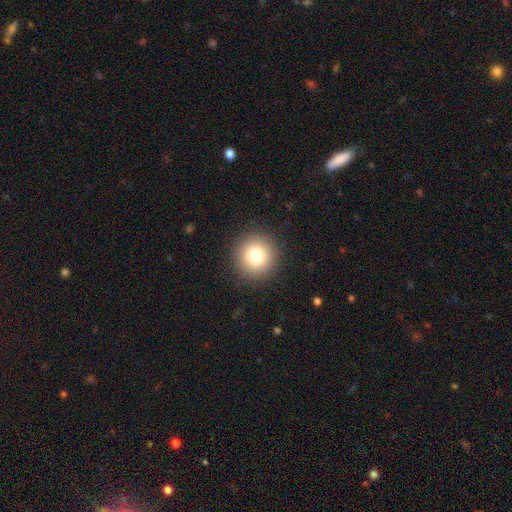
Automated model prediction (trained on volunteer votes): Morphology: type=smooth (79%); roundness=round (95%); merging=none (91%).